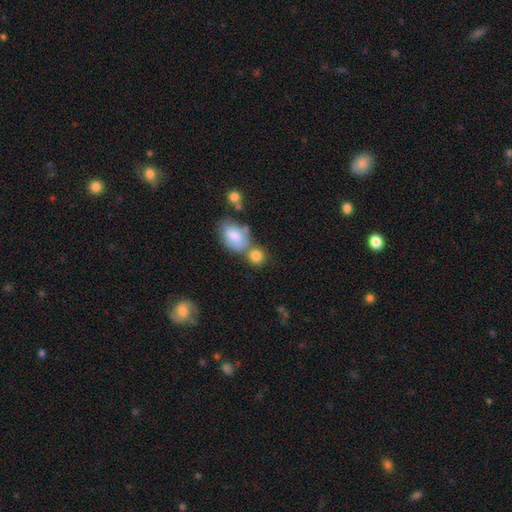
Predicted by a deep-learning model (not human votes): A smooth galaxy with no disk features (83%) that is round (69%). Merging: none (50%).